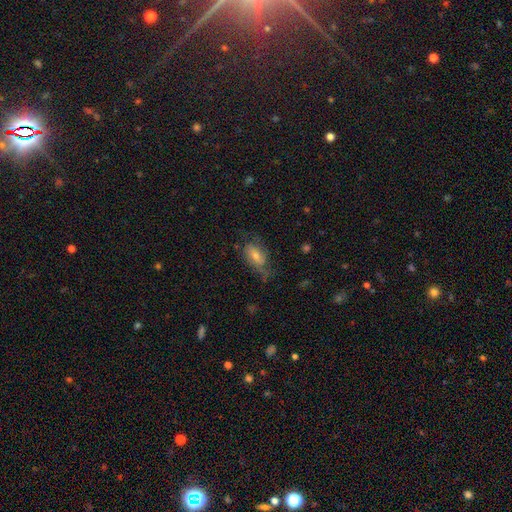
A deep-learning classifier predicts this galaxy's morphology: This appears to be a featured or disk galaxy (44%). Merging: none (52%).